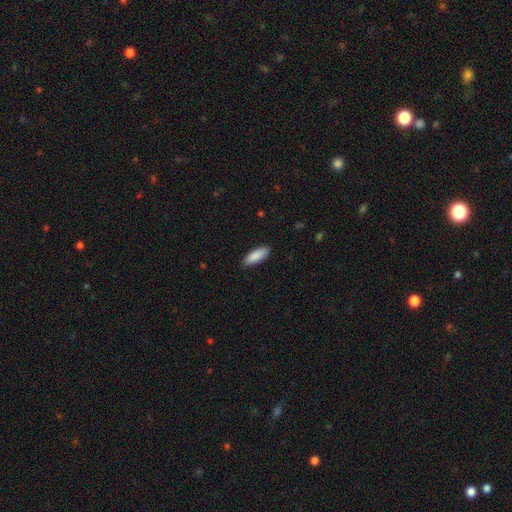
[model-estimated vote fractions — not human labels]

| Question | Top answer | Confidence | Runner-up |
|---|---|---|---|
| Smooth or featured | smooth | 89% | featured or disk (6%) |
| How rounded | in between | 66% | cigar-shaped (32%) |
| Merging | none | 87% | minor disturbance (10%) |